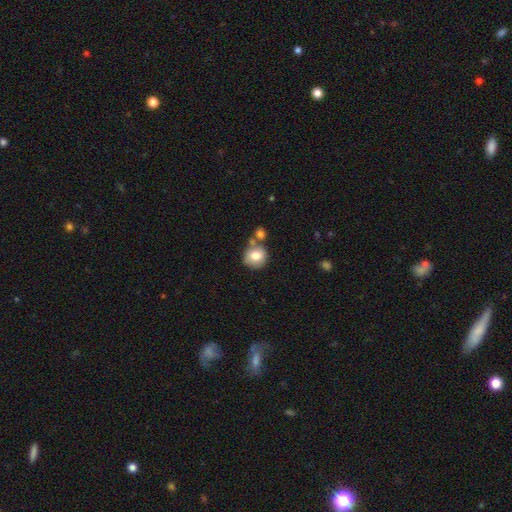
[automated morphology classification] Q: Smooth or featured?
A: smooth (78%); runner-up: featured or disk (14%)
Q: How rounded?
A: round (83%); runner-up: in between (16%)
Q: Merging?
A: none (54%); runner-up: merger (27%)